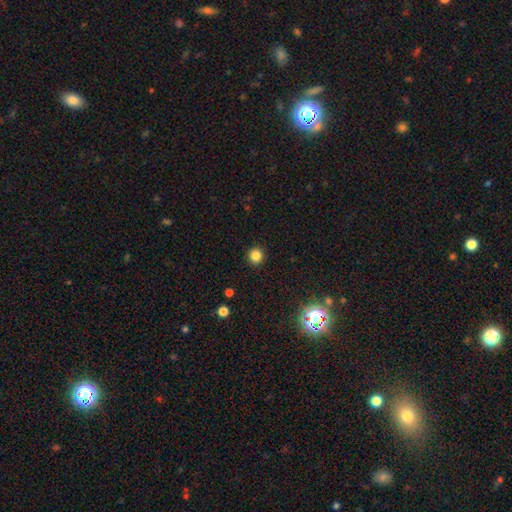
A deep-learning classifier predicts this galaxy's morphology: smooth_or_featured: smooth (p=0.83) [alt: star or artifact p=0.13]
how_rounded: round (p=0.94) [alt: in between p=0.05]
merging: none (p=0.92) [alt: minor disturbance p=0.05]